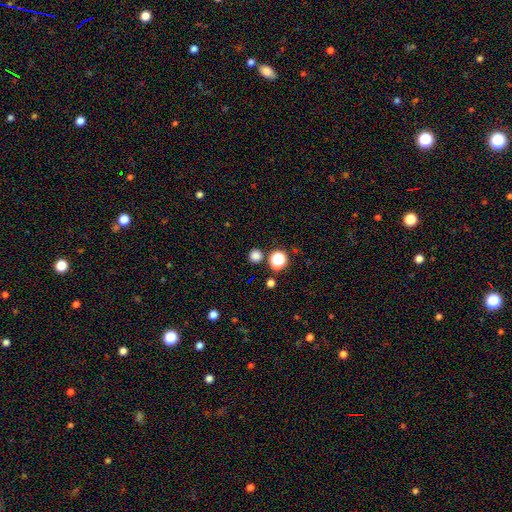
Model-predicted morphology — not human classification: The model was most divided on "smooth or featured": smooth: 77%, star or artifact: 19%, featured or disk: 4%. More confident: how rounded — round (94%); merging — none (85%).